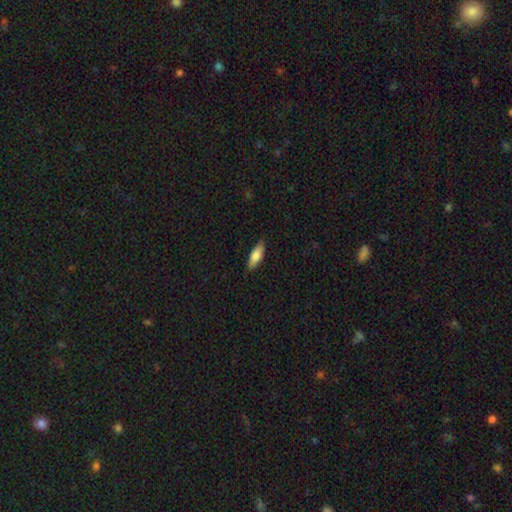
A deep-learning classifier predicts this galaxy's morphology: smooth-or-featured: smooth: 79% | featured or disk: 15% | star or artifact: 6%
  how-rounded: in between: 64% | cigar-shaped: 34% | round: 2%
  merging: none: 85% | minor disturbance: 12% | major disturbance: 2% | merger: 1%